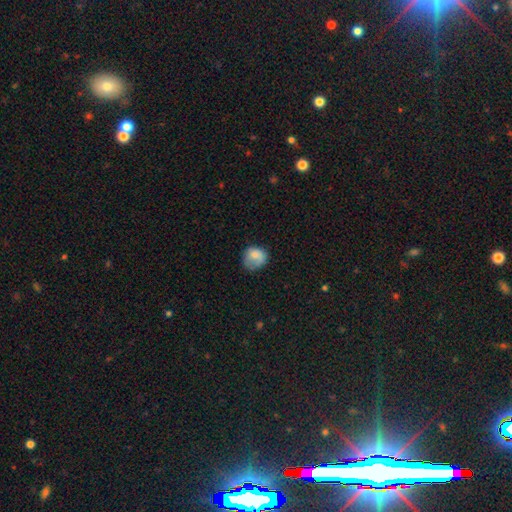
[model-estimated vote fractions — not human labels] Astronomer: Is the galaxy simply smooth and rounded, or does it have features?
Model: smooth — 79%.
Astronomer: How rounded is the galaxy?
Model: round — 69%.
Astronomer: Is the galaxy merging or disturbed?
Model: none — 52% (runner-up: minor disturbance, 31%).